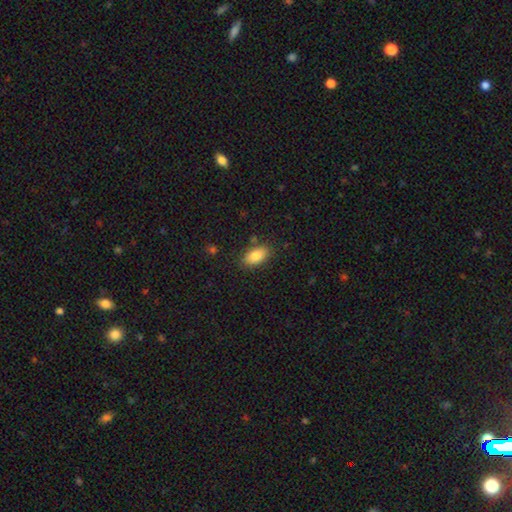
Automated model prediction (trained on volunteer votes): Overall: smooth (83%). How rounded: in between (92%). Merging: none (83%).